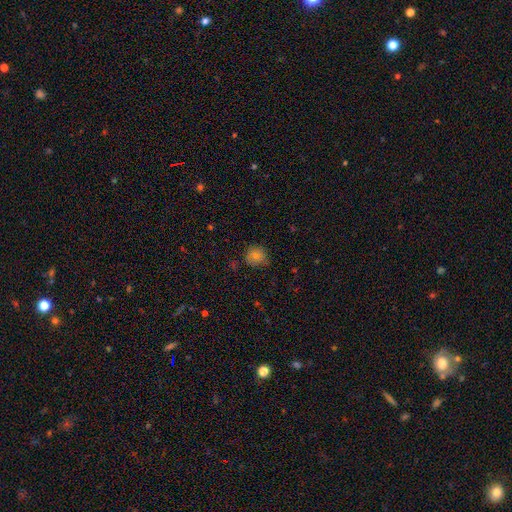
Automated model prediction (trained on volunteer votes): This appears to be a smooth galaxy with no disk features (74%) that is round (85%). Merging: none (78%).